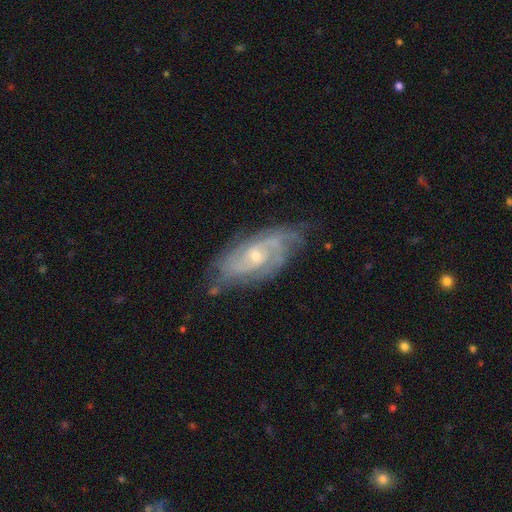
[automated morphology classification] A featured or disk galaxy (85%) with no bar (56%), 2 (40%) tight (52%) spiral arms (95%) and a small central bulge (59%). Merging: none (69%).